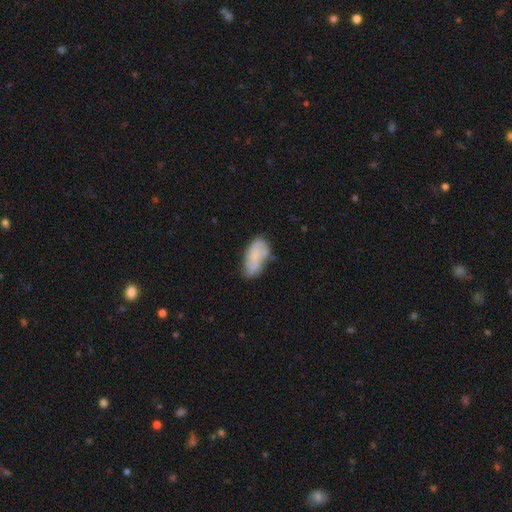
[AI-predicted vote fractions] This appears to be a smooth galaxy with no disk features (57%) that is in between round and cigar-shaped (92%). Merging: none (47%).